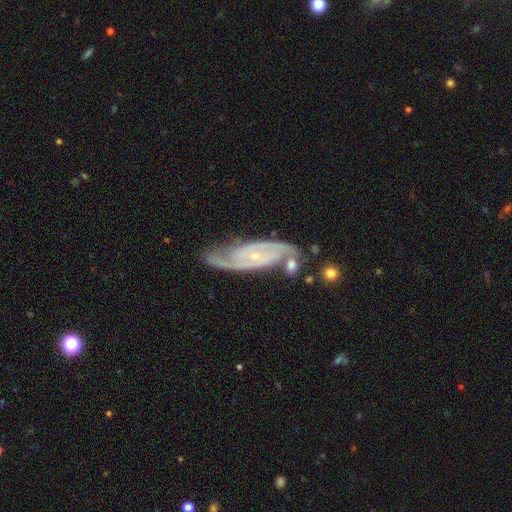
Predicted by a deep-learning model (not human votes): featured or disk 89%, smooth 6%, star or artifact 5%. Down the decision tree: edge-on disk — no (92%); bar — no (56%); spiral arms — yes (98%); spiral arm count — 2 (80%); spiral winding — tight (46%); bulge size — small (80%); merging — none (67%).